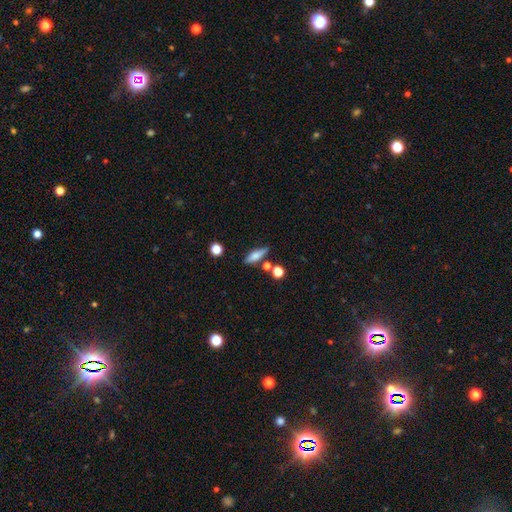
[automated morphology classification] smooth 63%, featured or disk 28%, star or artifact 9%. Down the decision tree: how rounded — cigar-shaped (49%); merging — none (72%).